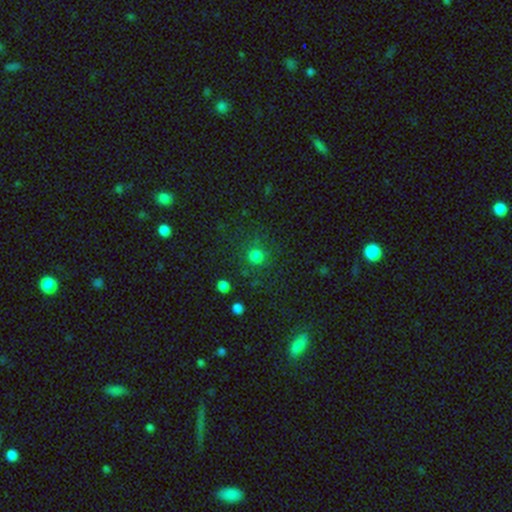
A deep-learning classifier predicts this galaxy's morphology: This appears to be a smooth galaxy with no disk features (77%) that is round (91%). Merging: none (80%).